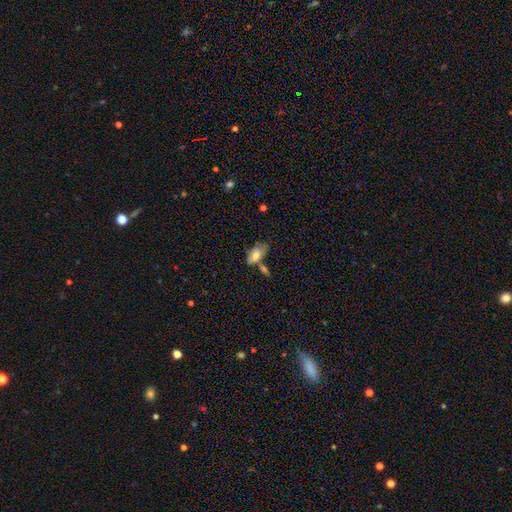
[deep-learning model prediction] This appears to be a smooth galaxy with no disk features (69%) that is in between round and cigar-shaped (91%). Merging: none (36%).